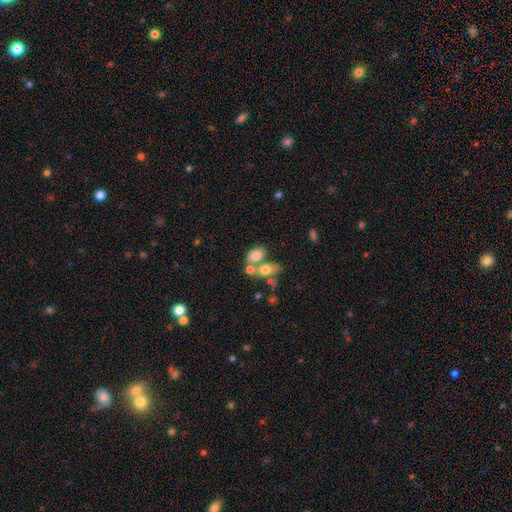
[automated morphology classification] Smooth or featured? Predicted: smooth (p=0.74). How rounded? Predicted: in between (p=0.83). Merging? Predicted: merger (p=0.52).